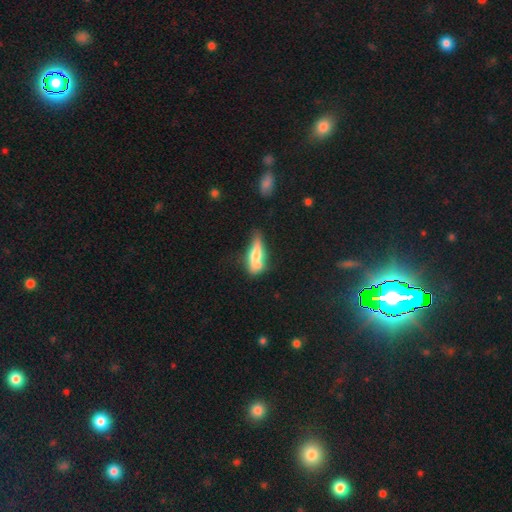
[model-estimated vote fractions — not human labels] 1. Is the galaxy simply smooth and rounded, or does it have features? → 61% smooth, 32% featured or disk, 7% star or artifact.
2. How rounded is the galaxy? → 53% cigar-shaped, 44% in between, 3% round.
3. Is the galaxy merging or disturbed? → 39% none, 30% minor disturbance, 17% merger, 13% major disturbance.